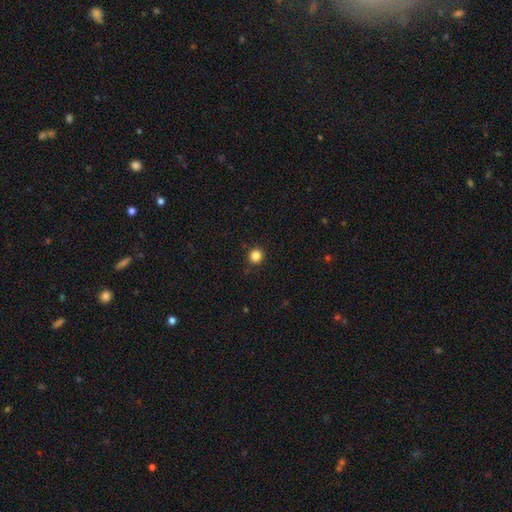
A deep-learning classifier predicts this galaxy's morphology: Overall: smooth (85%). How rounded: round (94%). Merging: none (92%).